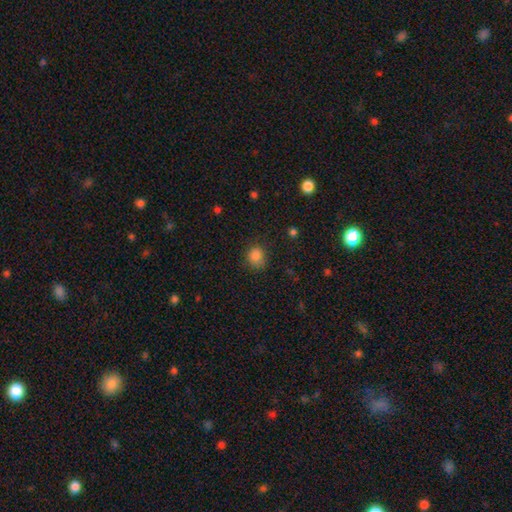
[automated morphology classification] smooth 85%, star or artifact 11%, featured or disk 4%. Down the decision tree: how rounded — round (74%); merging — none (77%).